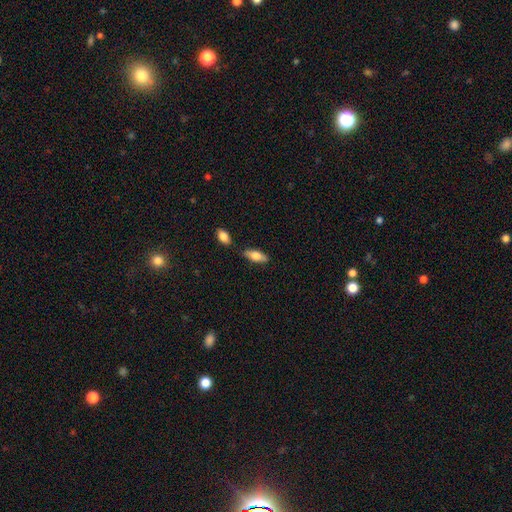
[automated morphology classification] smooth-or-featured: smooth: 71% | featured or disk: 23% | star or artifact: 6%
  how-rounded: in between: 71% | cigar-shaped: 27% | round: 2%
  merging: none: 76% | minor disturbance: 14% | merger: 7% | major disturbance: 3%